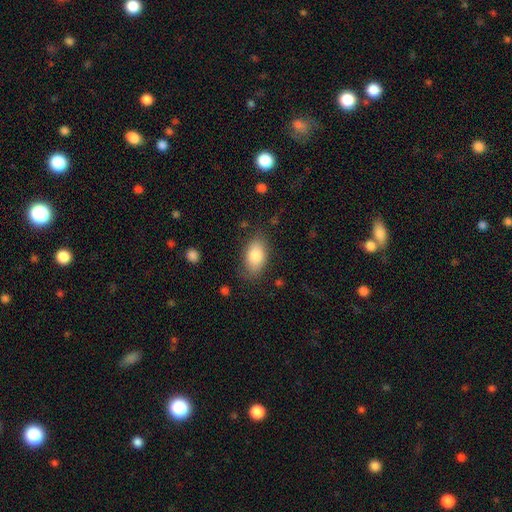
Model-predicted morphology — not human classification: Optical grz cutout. It shows a smooth galaxy with no disk features (83%) that is in between round and cigar-shaped (92%). Merging: none (78%).